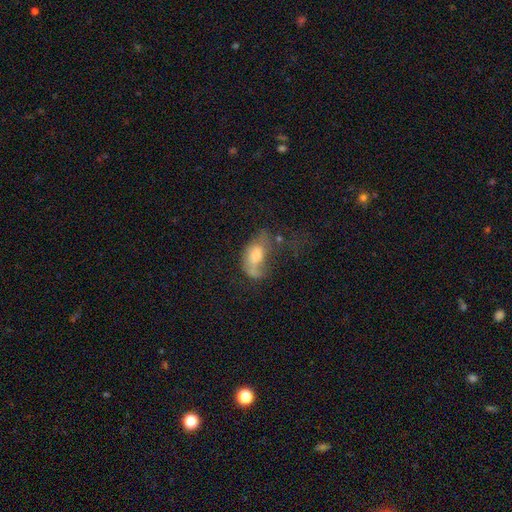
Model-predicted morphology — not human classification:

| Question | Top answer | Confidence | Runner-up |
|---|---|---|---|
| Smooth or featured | smooth | 55% | featured or disk (35%) |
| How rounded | in between | 89% | round (6%) |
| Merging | major disturbance | 43% | none (22%) |